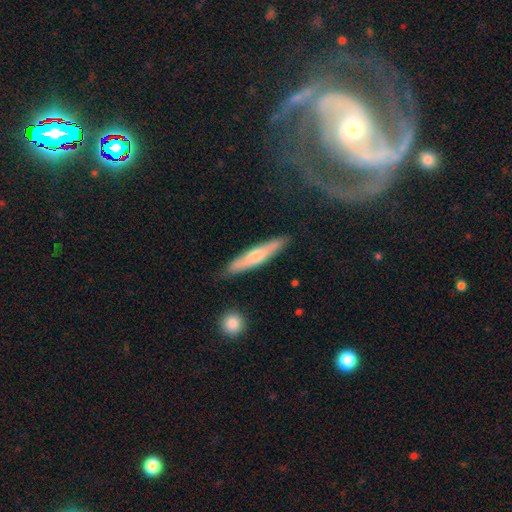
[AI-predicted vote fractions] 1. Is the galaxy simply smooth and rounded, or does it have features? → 54% smooth, 40% featured or disk, 6% star or artifact.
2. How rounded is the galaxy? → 89% cigar-shaped, 9% in between, 2% round.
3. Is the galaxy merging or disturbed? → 85% none, 11% minor disturbance, 2% merger, 2% major disturbance.